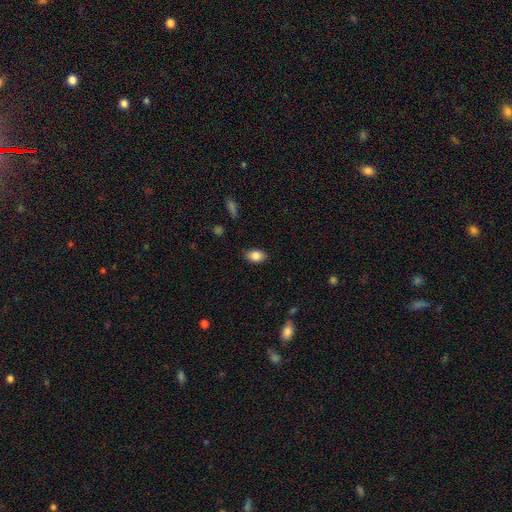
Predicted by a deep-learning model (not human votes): Smooth or featured: smooth — 86% (star or artifact — 8%)
How rounded: in between — 88% (round — 11%)
Merging: none — 85% (minor disturbance — 11%)